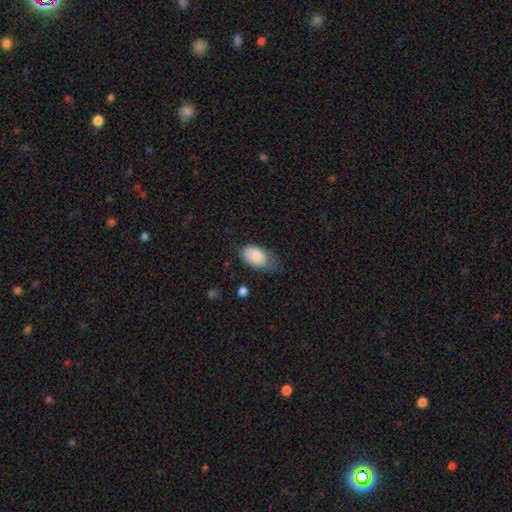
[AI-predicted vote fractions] A smooth galaxy with no disk features (84%) that is in between round and cigar-shaped (92%).

Vote fractions:
- Smooth or featured? smooth: 84% / featured or disk: 9% / star or artifact: 7%
- How rounded? in between: 92% / round: 7% / cigar-shaped: 1%
- Merging? minor disturbance: 43% / none: 41% / major disturbance: 14% / merger: 2%